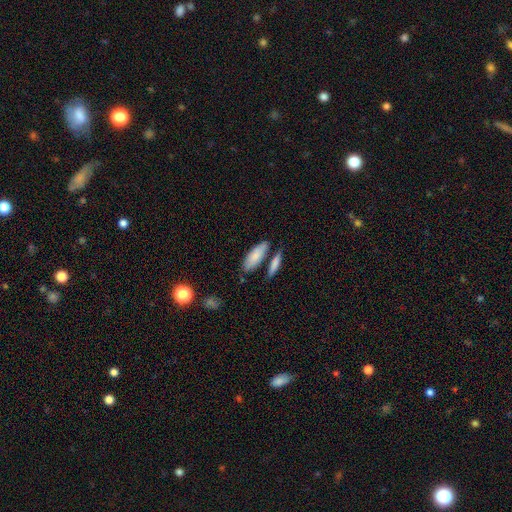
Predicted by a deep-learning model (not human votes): Smooth or featured?
  - smooth: 80% *
  - featured or disk: 14%
  - star or artifact: 6%
How rounded?
  - in between: 69% *
  - cigar-shaped: 29%
  - round: 2%
Merging?
  - none: 66% *
  - merger: 15%
  - minor disturbance: 15%
  - major disturbance: 4%